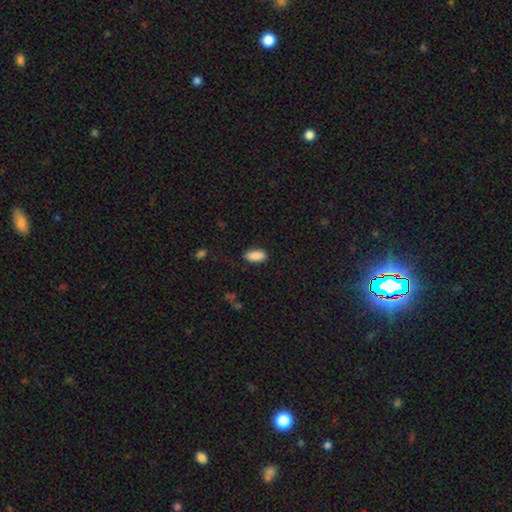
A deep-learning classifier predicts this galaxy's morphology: Smooth or featured: smooth — 90% (star or artifact — 7%)
How rounded: in between — 92% (cigar-shaped — 6%)
Merging: none — 87% (minor disturbance — 9%)